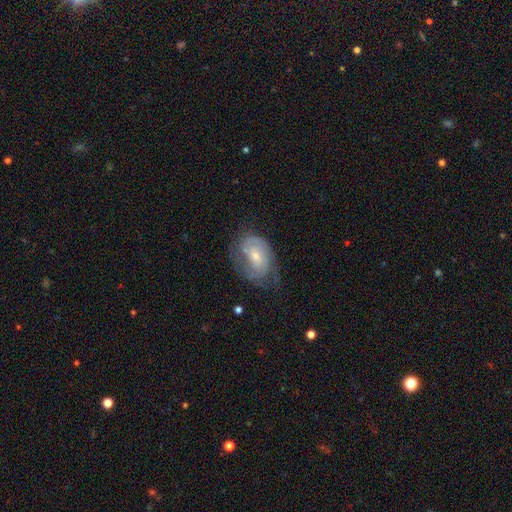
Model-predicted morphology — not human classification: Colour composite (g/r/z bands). It shows a featured or disk galaxy (75%) with no bar (56%), 2 (46%) tight (53%) spiral arms (90%) and a small central bulge (56%). Merging: none (57%).